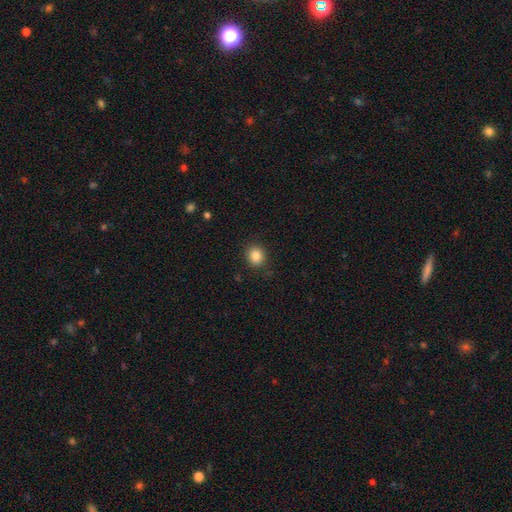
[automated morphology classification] Smooth or featured?
  - smooth: 85% *
  - star or artifact: 10%
  - featured or disk: 5%
How rounded?
  - round: 78% *
  - in between: 21%
  - cigar-shaped: 1%
Merging?
  - none: 88% *
  - minor disturbance: 9%
  - major disturbance: 3%
  - merger: 1%